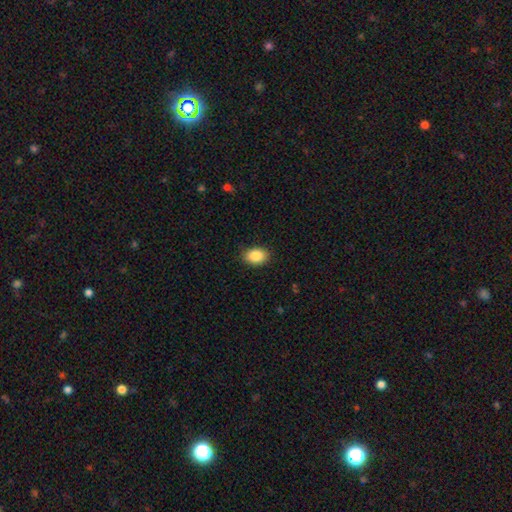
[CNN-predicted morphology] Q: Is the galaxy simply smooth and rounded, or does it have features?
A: smooth — 88%.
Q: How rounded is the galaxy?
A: in between — 81%.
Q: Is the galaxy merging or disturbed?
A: none — 87%.